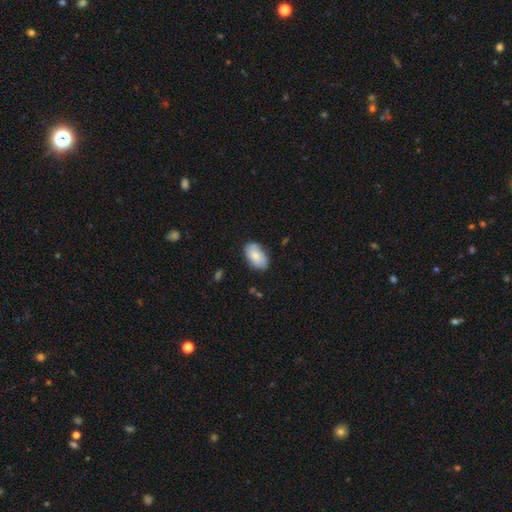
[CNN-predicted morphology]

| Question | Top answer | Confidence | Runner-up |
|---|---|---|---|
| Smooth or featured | smooth | 73% | featured or disk (21%) |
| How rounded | in between | 93% | round (5%) |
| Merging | none | 78% | minor disturbance (17%) |